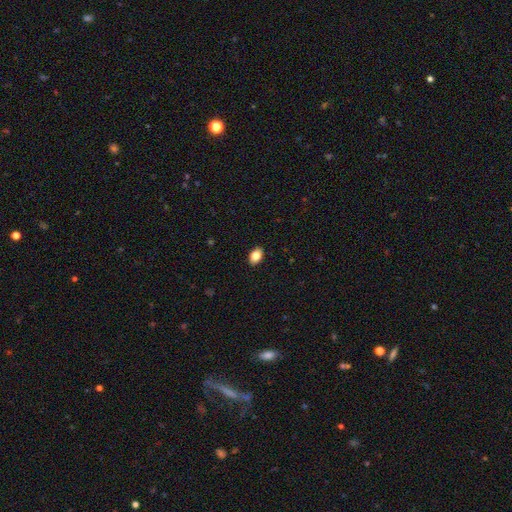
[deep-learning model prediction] Morphology: type=smooth (83%); roundness=in between (83%); merging=none (90%).